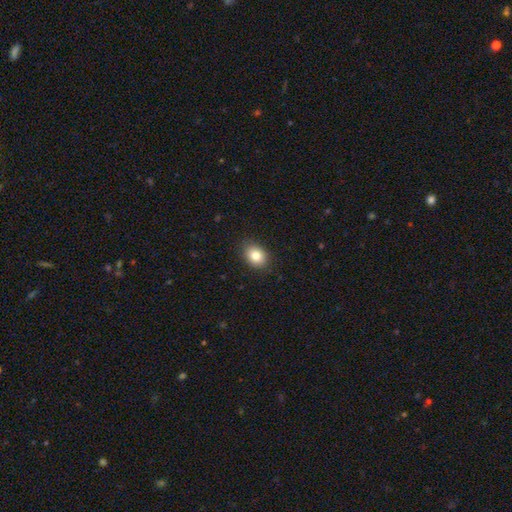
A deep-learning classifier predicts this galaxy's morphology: type=smooth (82%); roundness=in between (59%); merging=none (87%).